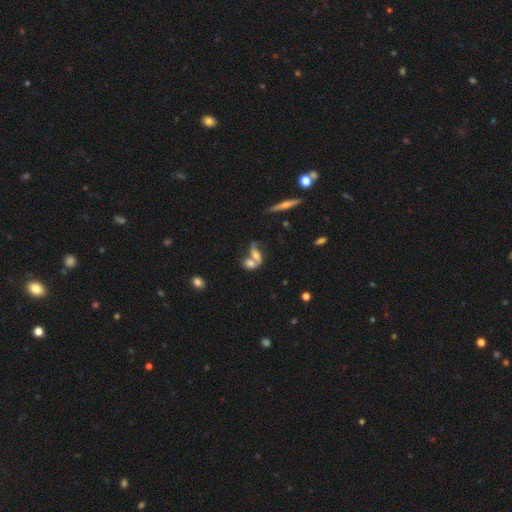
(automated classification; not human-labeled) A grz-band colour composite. It shows a featured or disk galaxy (50%). Merging: merger (59%).